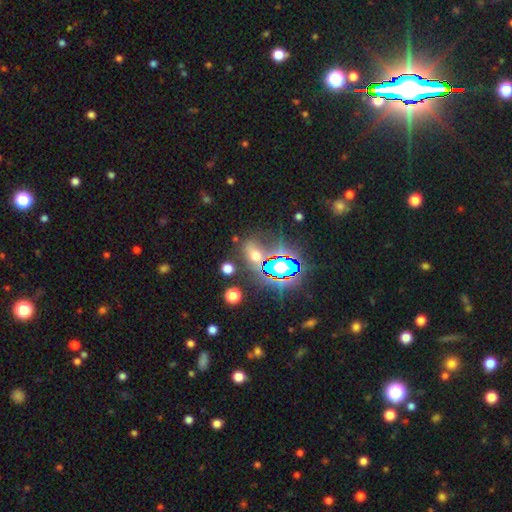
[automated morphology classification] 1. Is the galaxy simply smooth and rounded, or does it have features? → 46% star or artifact, 39% smooth, 15% featured or disk.